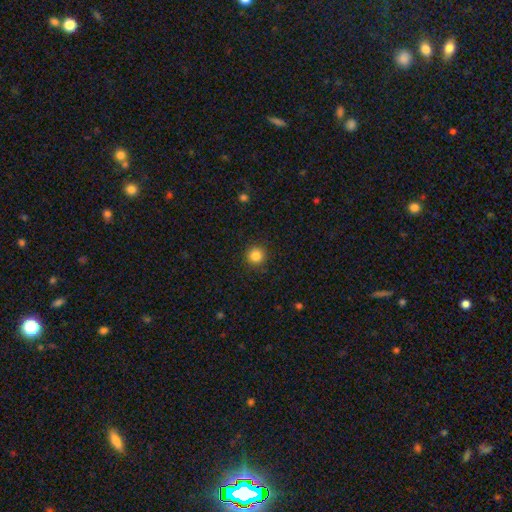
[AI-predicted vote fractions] Morphology: type=smooth (85%); roundness=round (95%); merging=none (91%).